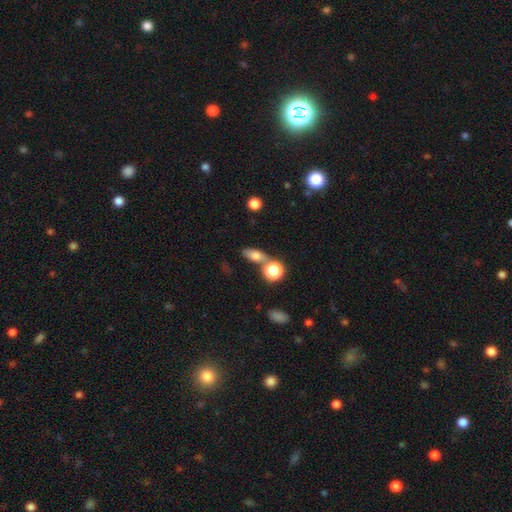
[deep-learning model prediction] smooth_or_featured: smooth (p=0.72) [alt: featured or disk p=0.14]
how_rounded: in between (p=0.71) [alt: round p=0.17]
merging: none (p=0.61) [alt: merger p=0.21]